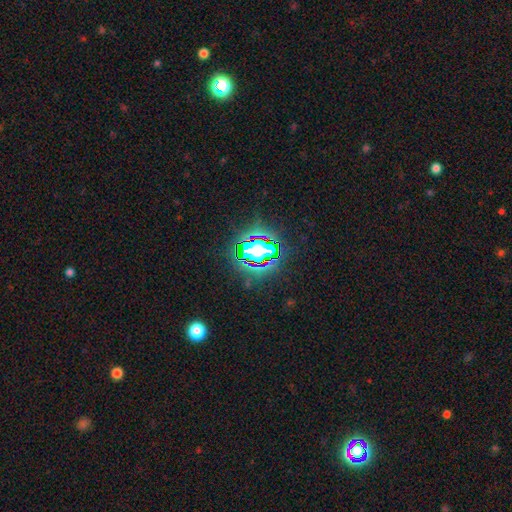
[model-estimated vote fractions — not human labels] A star or artifact, not a galaxy (82%).